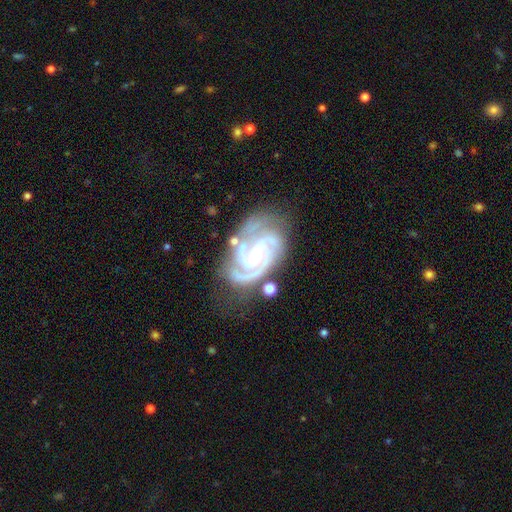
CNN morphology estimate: The model was most divided on "spiral arm count": 3: 48%, 2: 33%, 4: 8%, can't tell: 5%, more than 4: 3%, 1: 3%. More confident: spiral arms — yes (99%); edge-on disk — no (98%); smooth or featured — featured or disk (93%); spiral winding — tight (70%); merging — none (67%); bulge size — small (63%); bar — no (57%).